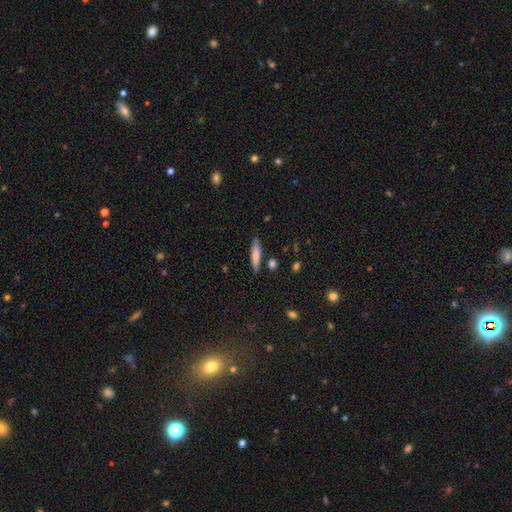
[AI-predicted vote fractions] Smooth or featured? Predicted: smooth (p=0.76). How rounded? Predicted: cigar-shaped (p=0.80). Merging? Predicted: none (p=0.83).